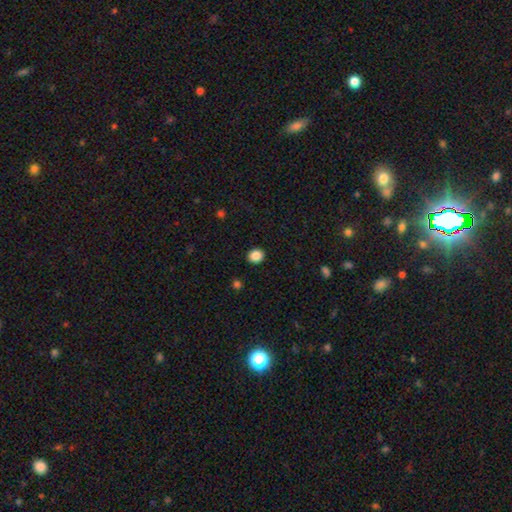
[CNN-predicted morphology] Smooth or featured? Predicted: smooth (p=0.87). How rounded? Predicted: round (p=0.73). Merging? Predicted: none (p=0.92).